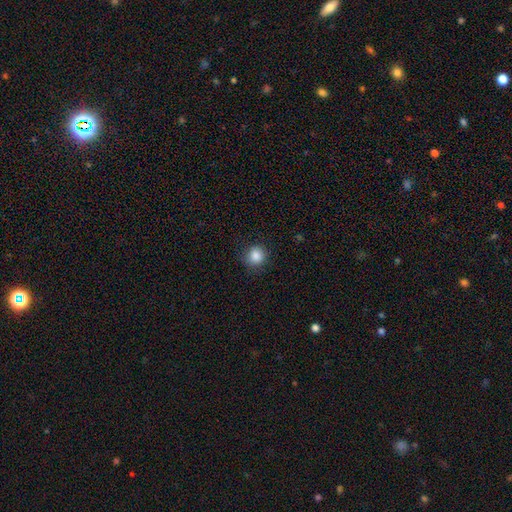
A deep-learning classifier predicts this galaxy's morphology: smooth_or_featured: smooth (p=0.86) [alt: star or artifact p=0.10]
how_rounded: round (p=0.90) [alt: in between p=0.09]
merging: none (p=0.85) [alt: minor disturbance p=0.11]